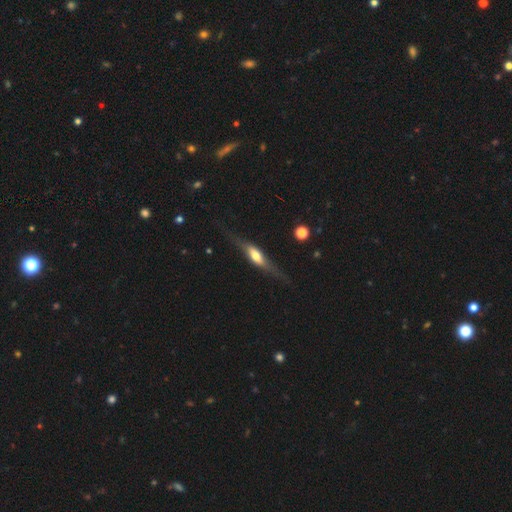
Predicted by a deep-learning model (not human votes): Overall: featured or disk (63%; smooth 31%). Edge-on disk: yes (84%). Edge-on bulge: rounded (75%). Merging: none (67%).